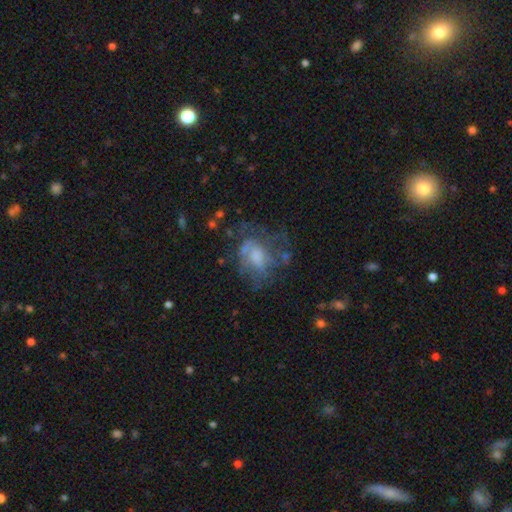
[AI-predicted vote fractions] Smooth or featured? featured or disk (52%)
Edge-on disk? no (97%)
Merging? none (42%)